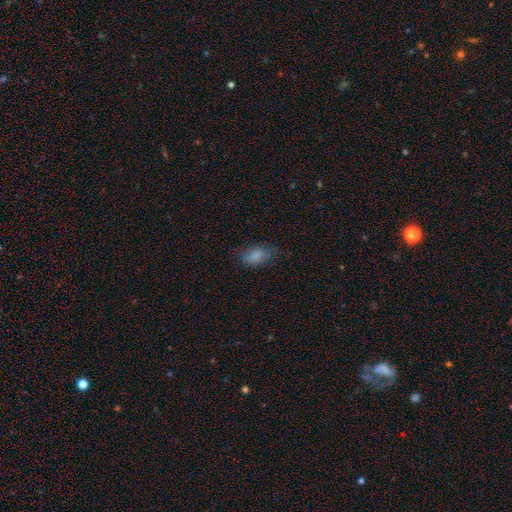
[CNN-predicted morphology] smooth_or_featured: smooth (p=0.81) [alt: star or artifact p=0.10]
how_rounded: in between (p=0.90) [alt: round p=0.07]
merging: none (p=0.60) [alt: minor disturbance p=0.27]